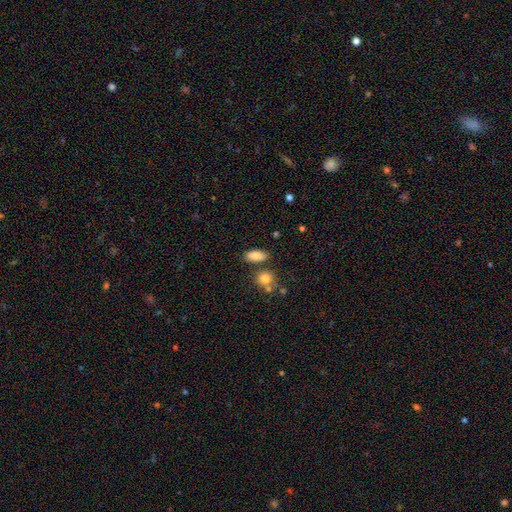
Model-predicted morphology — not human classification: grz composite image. It shows a smooth galaxy with no disk features (84%) that is in between round and cigar-shaped (86%). Merging: none (74%).